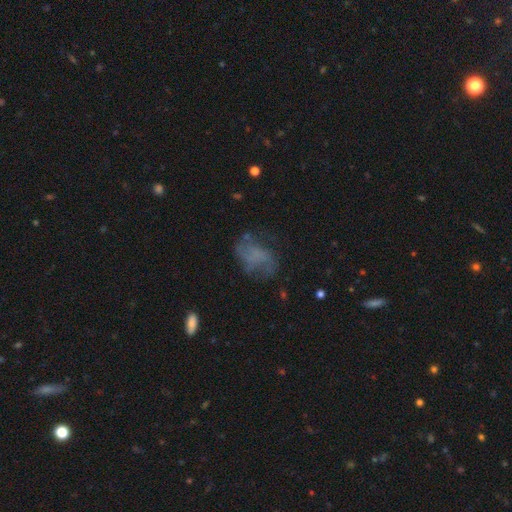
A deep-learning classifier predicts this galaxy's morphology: Q: Smooth or featured?
A: featured or disk (49%); runner-up: smooth (37%)
Q: Merging?
A: none (51%); runner-up: major disturbance (23%)